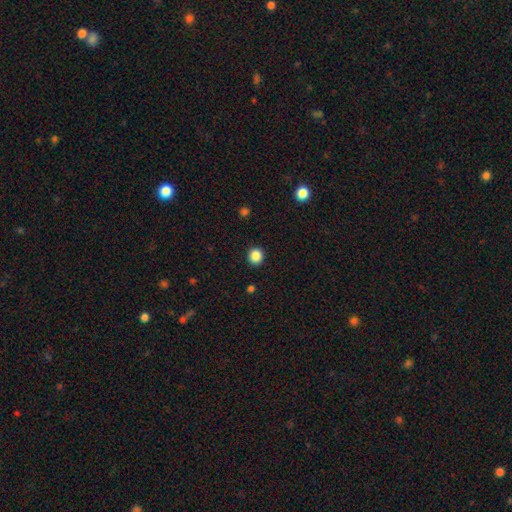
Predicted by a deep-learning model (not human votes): A smooth galaxy with no disk features (86%) that is round (90%).

Vote fractions:
- Smooth or featured? smooth: 86% / star or artifact: 11% / featured or disk: 3%
- How rounded? round: 90% / in between: 10% / cigar-shaped: 1%
- Merging? none: 92% / minor disturbance: 5% / major disturbance: 2% / merger: 1%